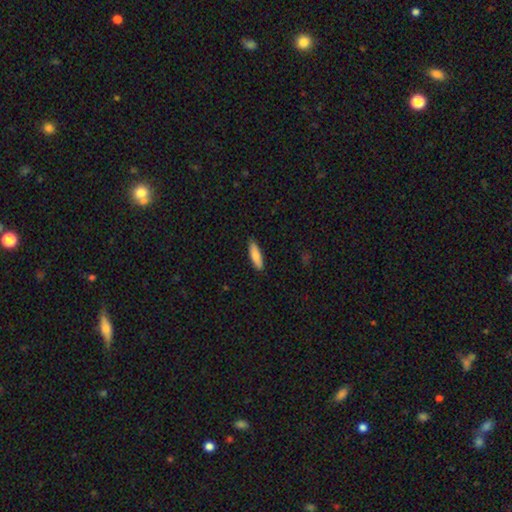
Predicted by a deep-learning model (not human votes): Q: Smooth or featured?
A: smooth (84%); runner-up: featured or disk (10%)
Q: How rounded?
A: cigar-shaped (61%); runner-up: in between (38%)
Q: Merging?
A: none (88%); runner-up: minor disturbance (9%)